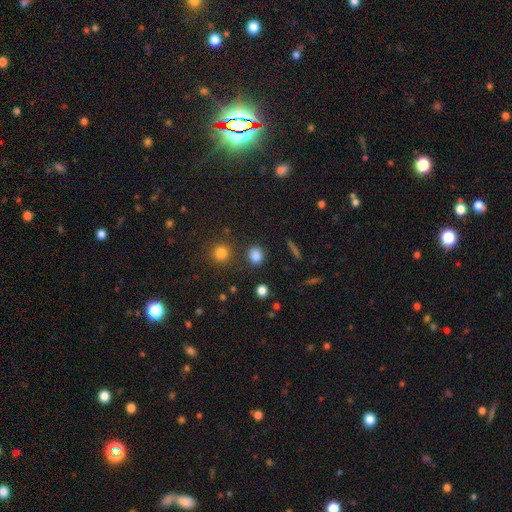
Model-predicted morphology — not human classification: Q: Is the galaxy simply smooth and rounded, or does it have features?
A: smooth — 83%.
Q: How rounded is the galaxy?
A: round — 64%.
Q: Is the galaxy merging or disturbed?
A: none — 83%.